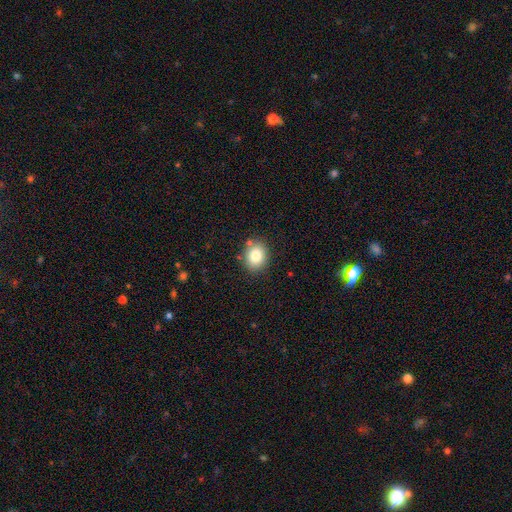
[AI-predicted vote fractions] This is clearly a smooth galaxy (81%). How rounded: possibly round (58%). Merging: clearly none (83%).